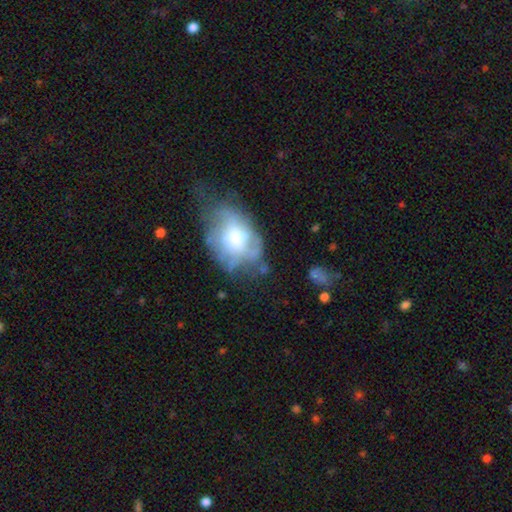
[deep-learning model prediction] A featured or disk galaxy (50%).

Vote fractions:
- Smooth or featured? featured or disk: 50% / smooth: 40% / star or artifact: 10%
- Merging? none: 37% / minor disturbance: 32% / major disturbance: 26% / merger: 5%